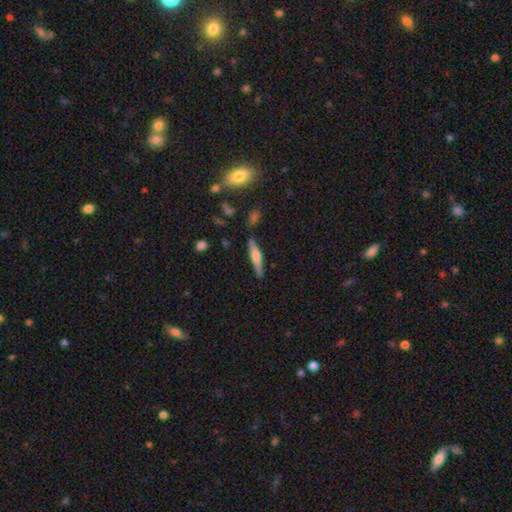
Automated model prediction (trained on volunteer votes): smooth 49%, featured or disk 43%, star or artifact 7%. Down the decision tree: merging — none (81%).